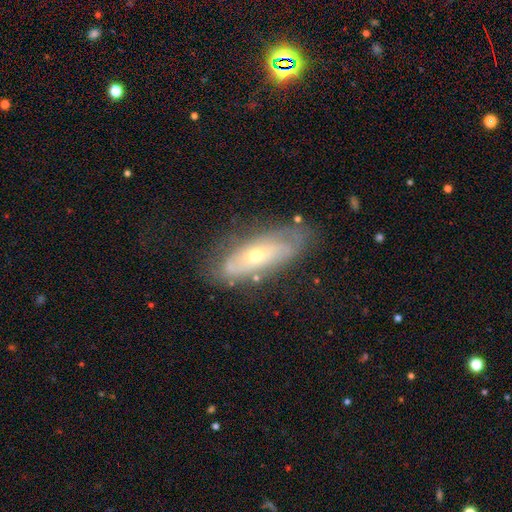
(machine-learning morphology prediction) A featured or disk galaxy (66%) with no bar (77%), spiral arms (61%) and a moderate central bulge (50%).

Vote fractions:
- Smooth or featured? featured or disk: 66% / smooth: 26% / star or artifact: 7%
- Edge-on disk? no: 80% / yes: 20%
- Bar? no: 77% / weak: 17% / strong: 6%
- Spiral arms? yes: 61% / no: 39%
- Bulge size? moderate: 50% / small: 46% / large: 2% / none: 1% / dominant: 1%
- Merging? none: 69% / minor disturbance: 21% / major disturbance: 8% / merger: 2%